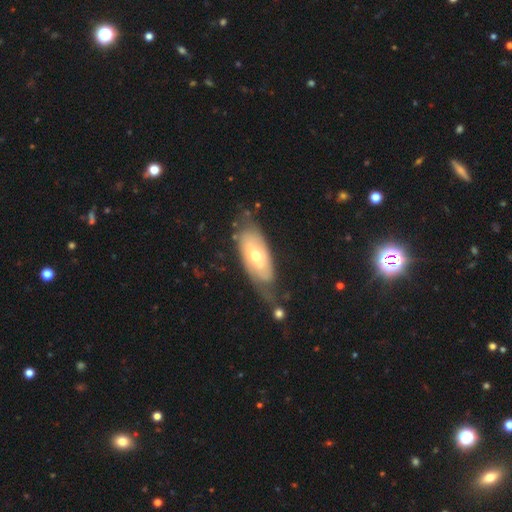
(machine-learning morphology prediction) This appears to be a featured or disk galaxy (55%). Merging: none (50%).